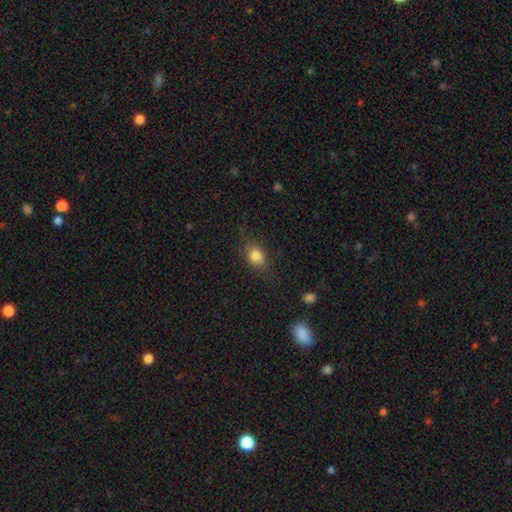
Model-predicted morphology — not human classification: This appears to be a smooth galaxy with no disk features (79%) that is in between round and cigar-shaped (57%). Merging: none (73%).